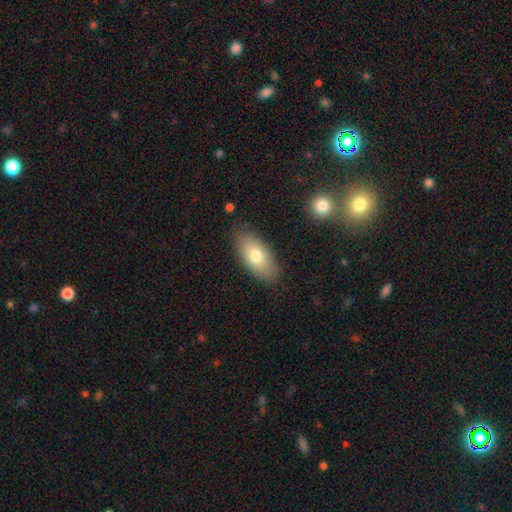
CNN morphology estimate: smooth 75%, featured or disk 18%, star or artifact 7%. Down the decision tree: how rounded — in between (90%); merging — none (83%).